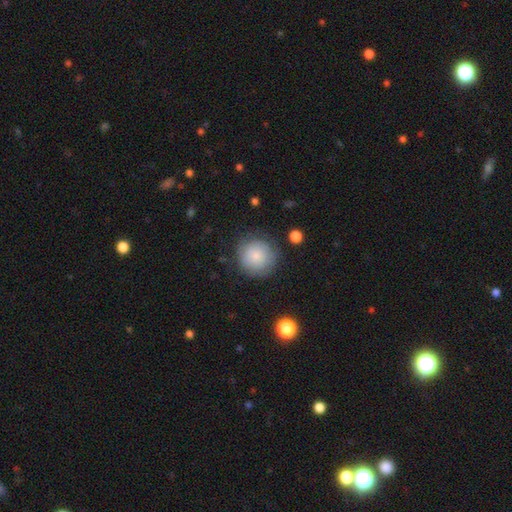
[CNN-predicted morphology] smooth 78%, featured or disk 14%, star or artifact 8%. Down the decision tree: how rounded — round (94%); merging — none (77%).